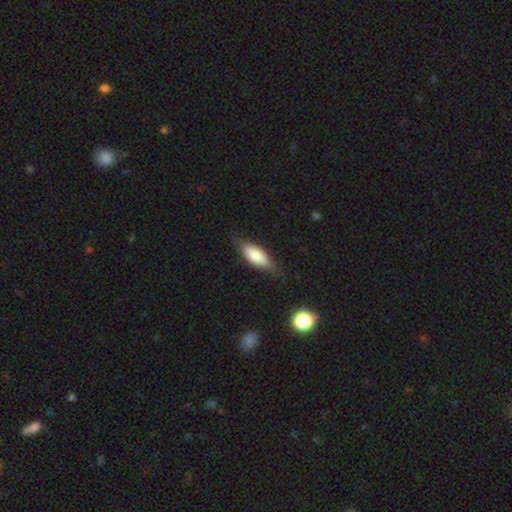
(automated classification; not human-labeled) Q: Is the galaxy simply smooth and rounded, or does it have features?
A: smooth — 77%.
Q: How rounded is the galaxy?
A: in between — 76%.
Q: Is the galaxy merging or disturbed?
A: none — 71%.